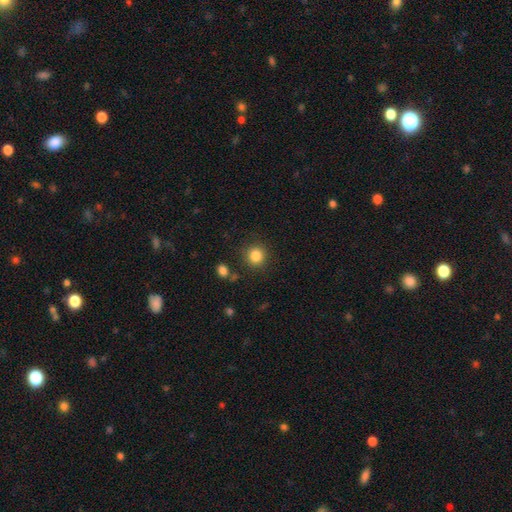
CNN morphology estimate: Smooth or featured?
  - smooth: 85% *
  - star or artifact: 11%
  - featured or disk: 5%
How rounded?
  - round: 91% *
  - in between: 8%
  - cigar-shaped: 1%
Merging?
  - none: 87% *
  - minor disturbance: 7%
  - major disturbance: 3%
  - merger: 3%